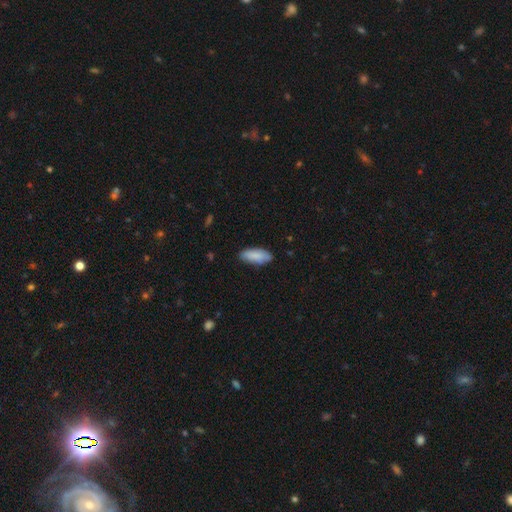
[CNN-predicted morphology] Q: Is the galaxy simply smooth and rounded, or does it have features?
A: smooth — 85%.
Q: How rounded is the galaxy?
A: in between — 77%.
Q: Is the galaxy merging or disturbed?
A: none — 78%.